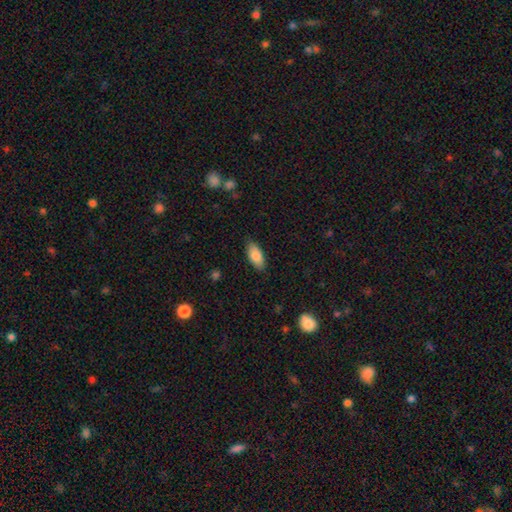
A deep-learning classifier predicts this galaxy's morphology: Smooth or featured: smooth — 85% (featured or disk — 9%)
How rounded: in between — 89% (cigar-shaped — 9%)
Merging: none — 86% (minor disturbance — 11%)